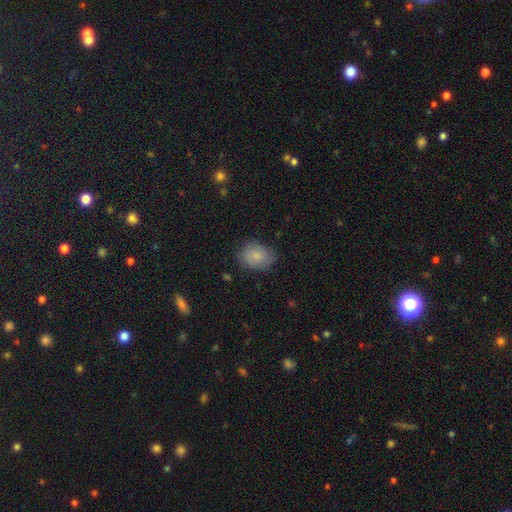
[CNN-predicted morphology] smooth_or_featured: smooth (p=0.80) [alt: featured or disk p=0.13]
how_rounded: in between (p=0.59) [alt: round p=0.40]
merging: none (p=0.74) [alt: minor disturbance p=0.21]